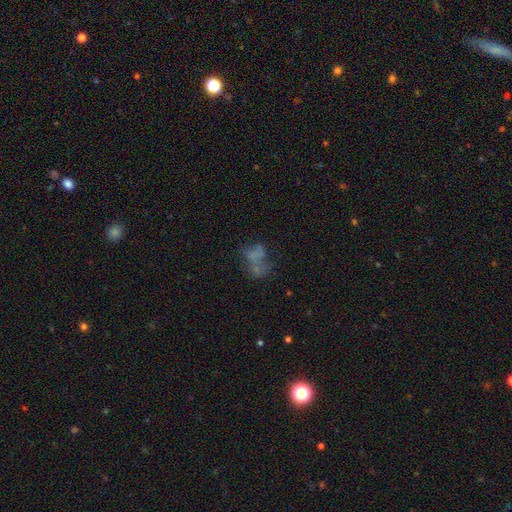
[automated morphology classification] The model was most divided on "merging": none: 32%, major disturbance: 29%, merger: 23%, minor disturbance: 17%. Remaining: smooth or featured — smooth (49%).